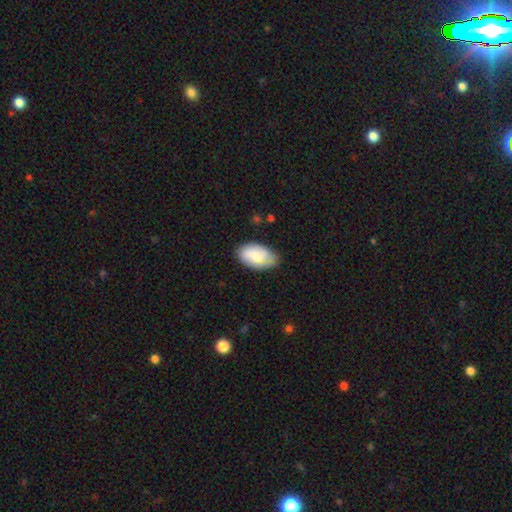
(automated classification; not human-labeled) smooth_or_featured: smooth (p=0.78) [alt: featured or disk p=0.17]
how_rounded: in between (p=0.94) [alt: round p=0.04]
merging: none (p=0.72) [alt: minor disturbance p=0.23]